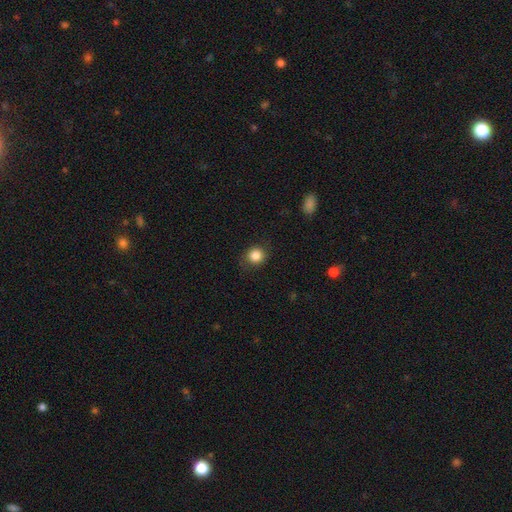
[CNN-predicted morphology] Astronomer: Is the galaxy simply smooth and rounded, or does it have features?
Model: smooth — 85%.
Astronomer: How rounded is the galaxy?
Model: round — 83%.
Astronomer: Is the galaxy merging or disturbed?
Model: none — 80%.